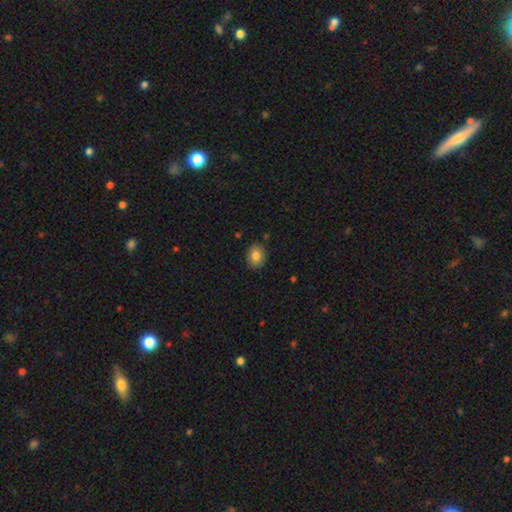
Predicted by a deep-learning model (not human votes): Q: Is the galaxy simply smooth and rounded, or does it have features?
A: smooth — 83%.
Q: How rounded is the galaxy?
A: in between — 63%.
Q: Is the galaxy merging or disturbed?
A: none — 87%.